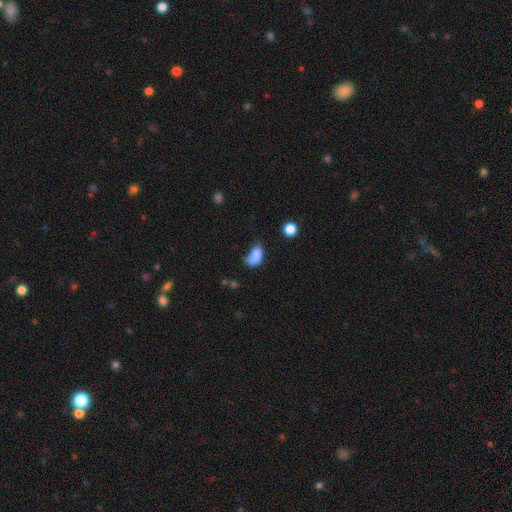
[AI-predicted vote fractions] Smooth or featured?
  - smooth: 72% *
  - featured or disk: 17%
  - star or artifact: 11%
How rounded?
  - in between: 84% *
  - round: 13%
  - cigar-shaped: 3%
Merging?
  - none: 30% * (tied)
  - major disturbance: 30% * (tied)
  - minor disturbance: 25%
  - merger: 15%